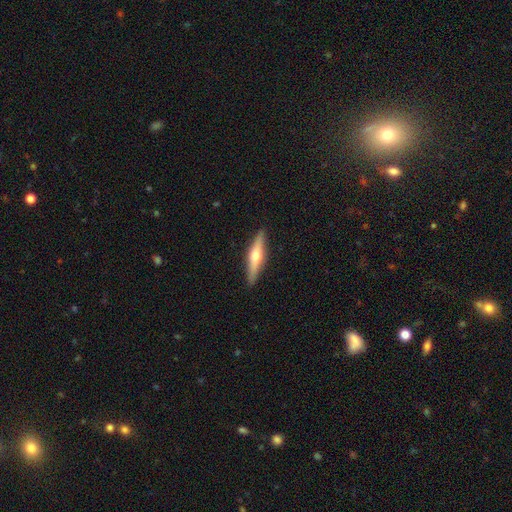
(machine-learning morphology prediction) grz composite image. It shows a featured or disk galaxy (60%) viewed edge-on (95%) with a rounded central bulge (94%). Merging: none (90%).